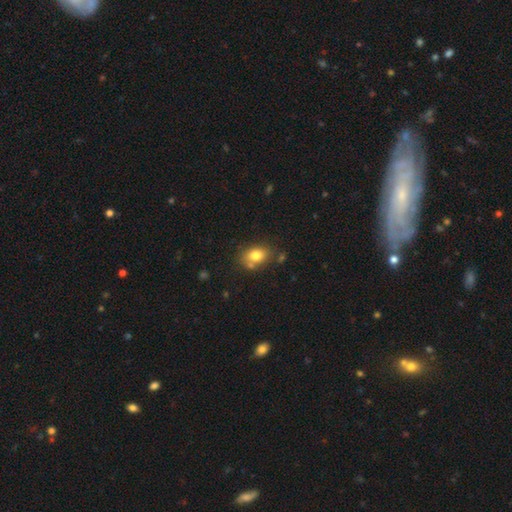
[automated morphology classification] Overall: smooth (80%). How rounded: in between (72%). Merging: none (67%).